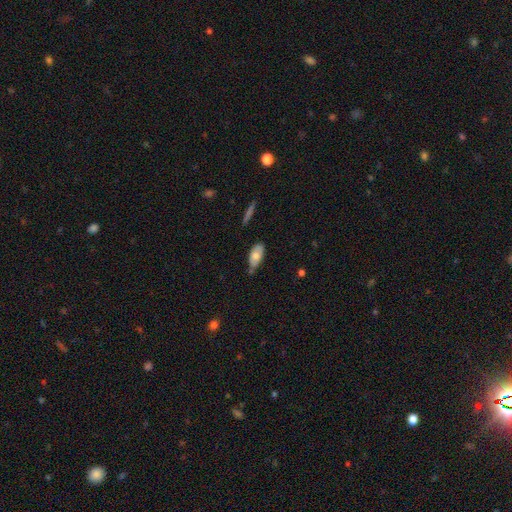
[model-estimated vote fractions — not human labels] Smooth or featured? Predicted: smooth (p=0.70). How rounded? Predicted: in between (p=0.88). Merging? Predicted: none (p=0.53).